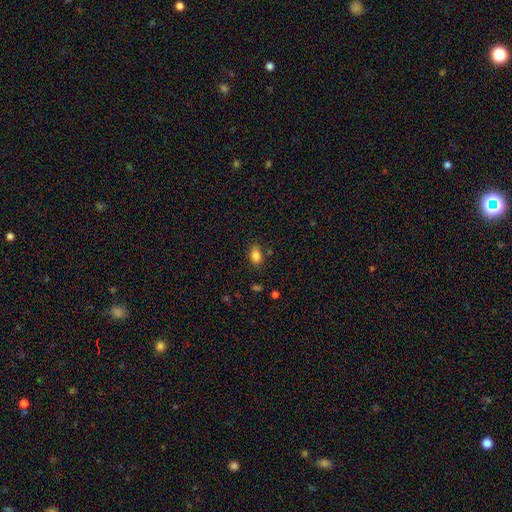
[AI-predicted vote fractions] smooth-or-featured: smooth: 84% | star or artifact: 10% | featured or disk: 6%
  how-rounded: in between: 80% | round: 17% | cigar-shaped: 2%
  merging: none: 78% | minor disturbance: 16% | major disturbance: 3% | merger: 3%